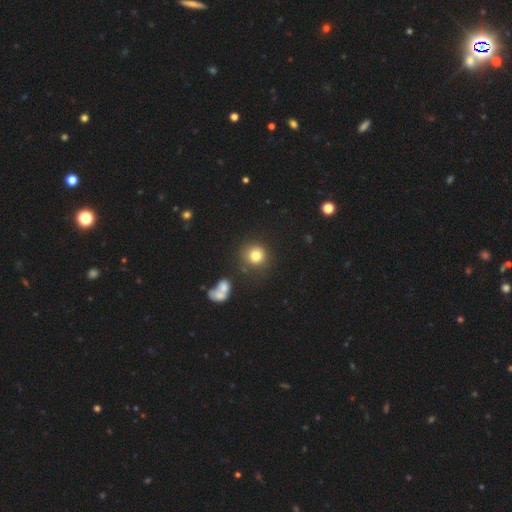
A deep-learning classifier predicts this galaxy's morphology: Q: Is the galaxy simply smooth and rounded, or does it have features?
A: smooth — 79%.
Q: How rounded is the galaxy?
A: round — 90%.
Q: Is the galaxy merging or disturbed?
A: none — 78%.